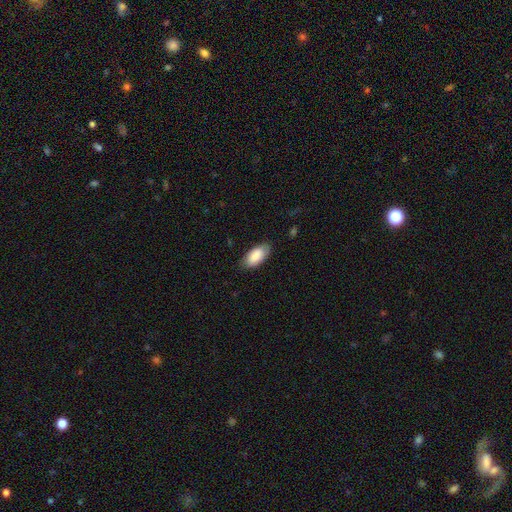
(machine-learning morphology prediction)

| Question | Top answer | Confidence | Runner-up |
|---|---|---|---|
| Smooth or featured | smooth | 87% | featured or disk (7%) |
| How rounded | in between | 93% | cigar-shaped (5%) |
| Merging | none | 81% | minor disturbance (15%) |